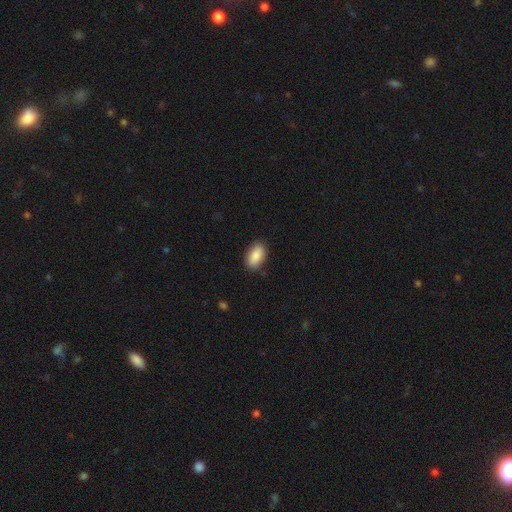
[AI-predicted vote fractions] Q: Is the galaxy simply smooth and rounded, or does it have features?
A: smooth — 89%.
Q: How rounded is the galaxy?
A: in between — 93%.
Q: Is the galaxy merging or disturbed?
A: none — 86%.